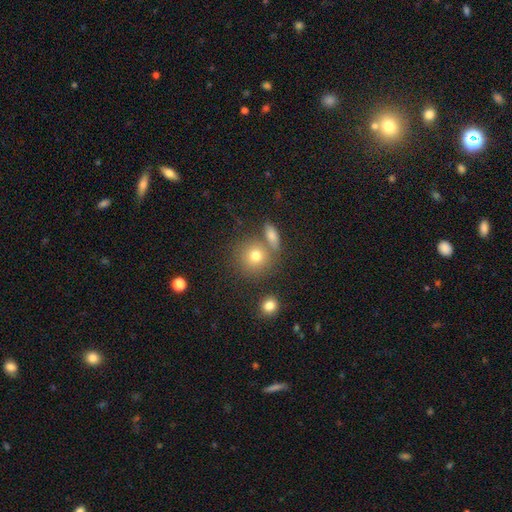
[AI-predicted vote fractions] Q: Smooth or featured?
A: smooth (75%); runner-up: star or artifact (13%)
Q: How rounded?
A: round (87%); runner-up: in between (12%)
Q: Merging?
A: none (67%); runner-up: merger (18%)